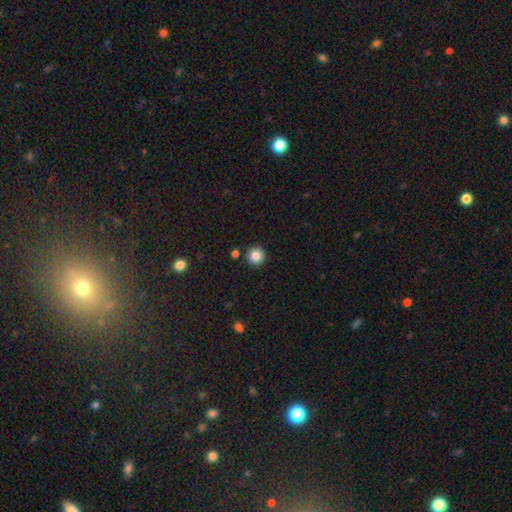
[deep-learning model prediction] smooth_or_featured: smooth (p=0.83) [alt: star or artifact p=0.11]
how_rounded: round (p=0.96) [alt: in between p=0.03]
merging: none (p=0.90) [alt: minor disturbance p=0.05]